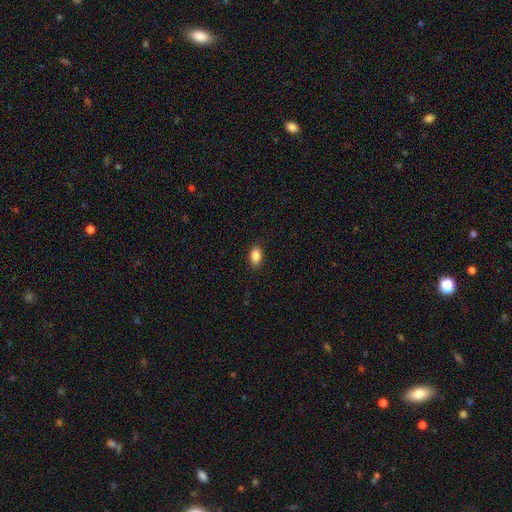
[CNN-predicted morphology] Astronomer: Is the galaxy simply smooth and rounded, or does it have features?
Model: smooth — 87%.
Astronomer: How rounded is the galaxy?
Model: in between — 89%.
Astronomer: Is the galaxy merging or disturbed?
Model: none — 88%.